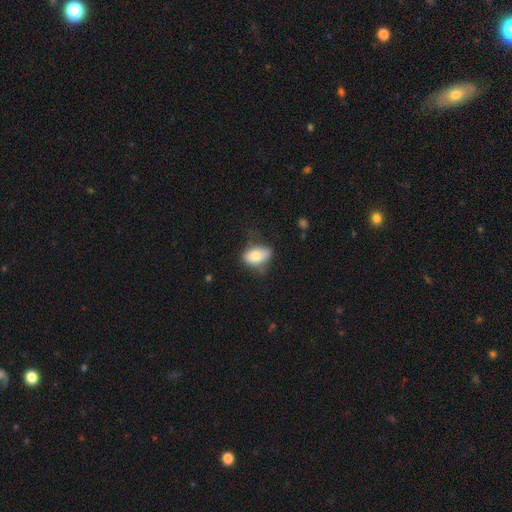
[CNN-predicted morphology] This is likely a smooth galaxy (76%). How rounded: clearly in between (87%). Merging: possibly none (52%).